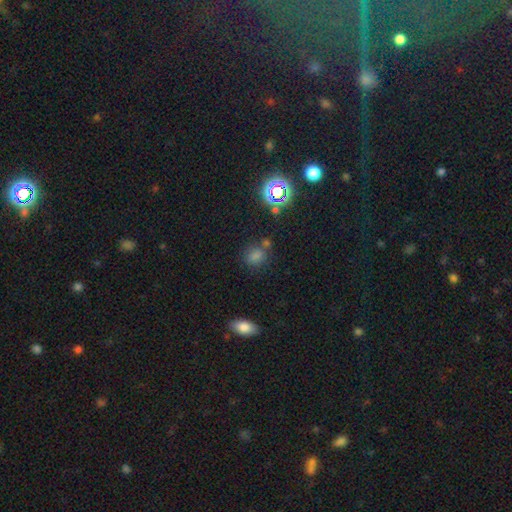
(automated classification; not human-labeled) smooth 62%, star or artifact 30%, featured or disk 8%. Down the decision tree: how rounded — round (66%); merging — none (70%).